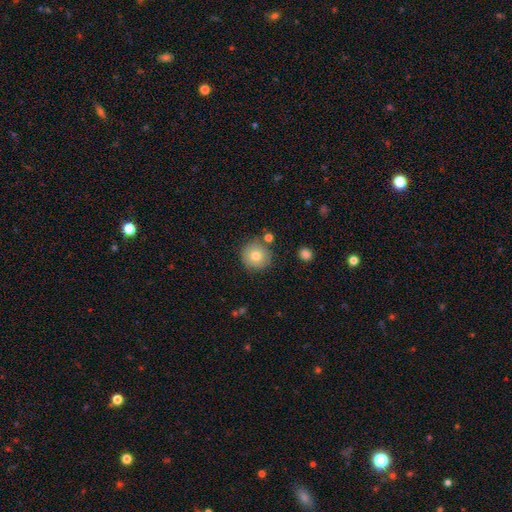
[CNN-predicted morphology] smooth 76%, featured or disk 14%, star or artifact 10%. Down the decision tree: how rounded — round (95%); merging — none (80%).